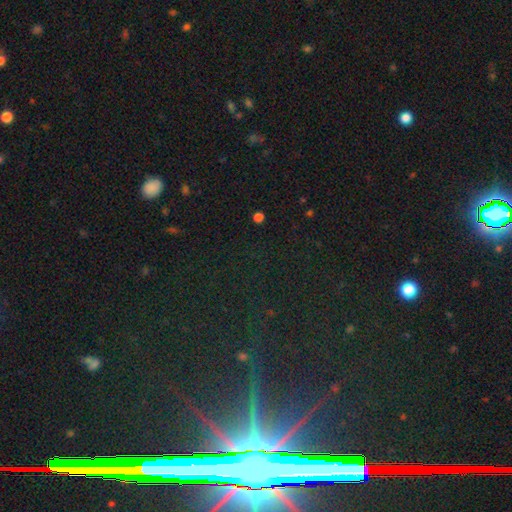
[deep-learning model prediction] This appears to be a star or artifact, not a galaxy (71%).